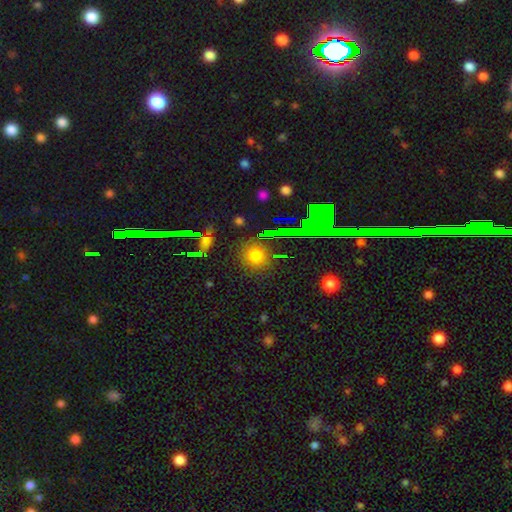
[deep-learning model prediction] smooth_or_featured: smooth (p=0.70) [alt: star or artifact p=0.22]
how_rounded: round (p=0.82) [alt: in between p=0.16]
merging: none (p=0.83) [alt: minor disturbance p=0.10]